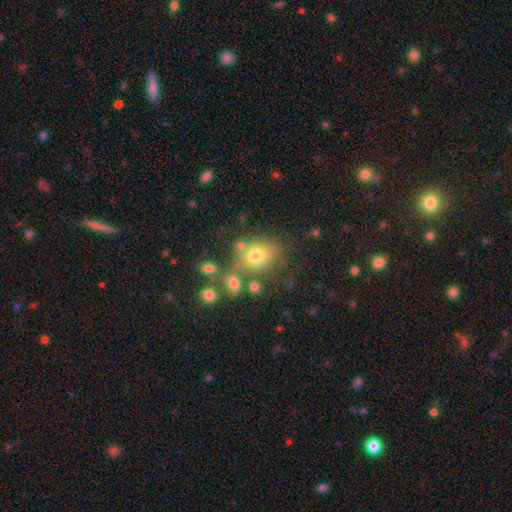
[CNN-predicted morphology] A smooth galaxy with no disk features (71%) that is round (52%). Merging: none (60%).